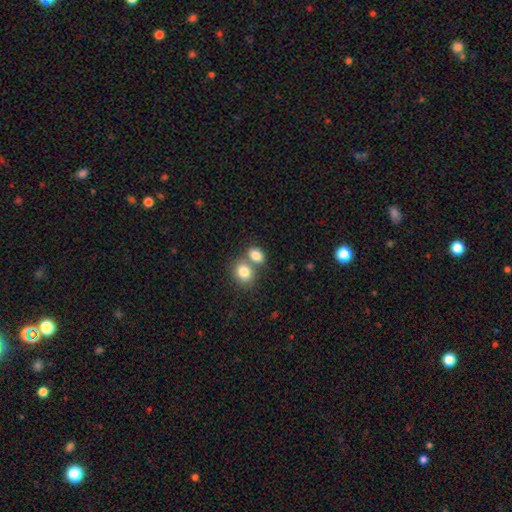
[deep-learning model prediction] Smooth or featured?
  - smooth: 82% *
  - star or artifact: 9%
  - featured or disk: 8%
How rounded?
  - in between: 58% *
  - round: 41%
  - cigar-shaped: 1%
Merging?
  - merger: 47% *
  - none: 41%
  - minor disturbance: 8%
  - major disturbance: 3%